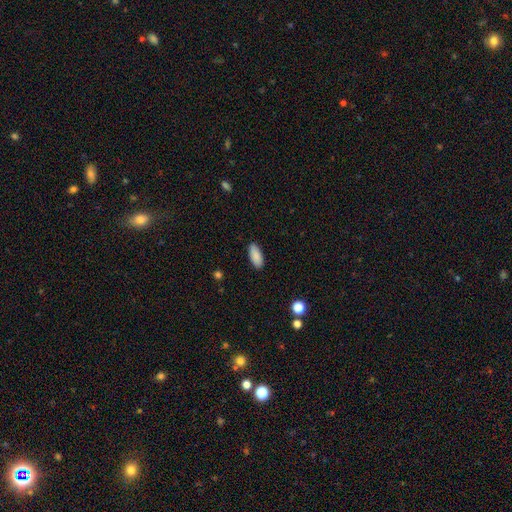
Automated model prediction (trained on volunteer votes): smooth 89%, star or artifact 7%, featured or disk 4%. Down the decision tree: how rounded — in between (85%); merging — none (88%).